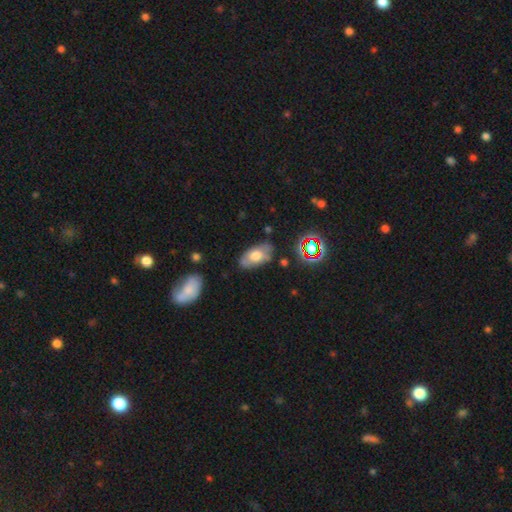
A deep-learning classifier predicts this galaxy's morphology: Q: Smooth or featured?
A: smooth (59%); runner-up: featured or disk (31%)
Q: How rounded?
A: in between (92%); runner-up: round (5%)
Q: Merging?
A: none (73%); runner-up: minor disturbance (19%)